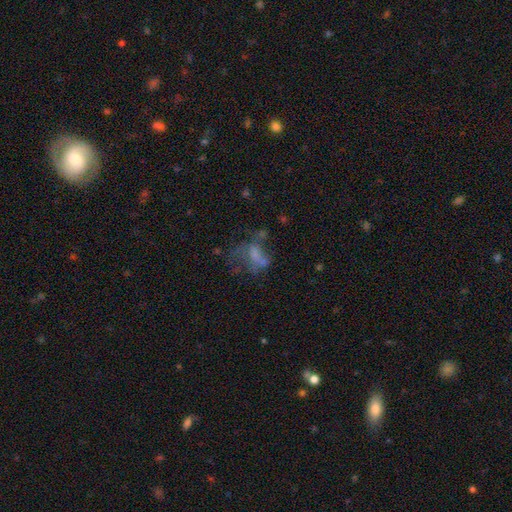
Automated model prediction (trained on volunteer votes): Q: Smooth or featured?
A: featured or disk (40%); tied with: smooth (40%)
Q: Merging?
A: major disturbance (44%); runner-up: none (26%)